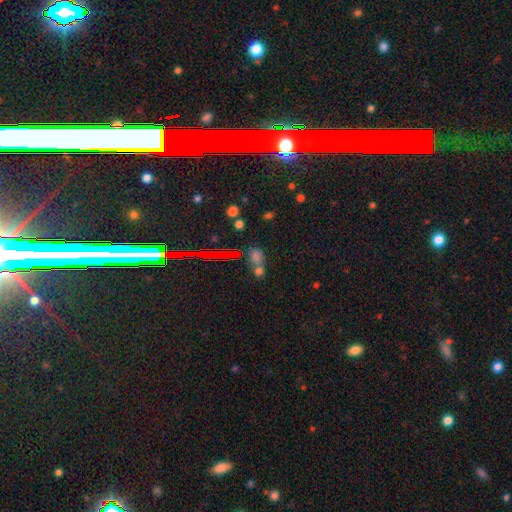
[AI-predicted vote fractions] Smooth or featured: star or artifact — 45% (smooth — 34%)